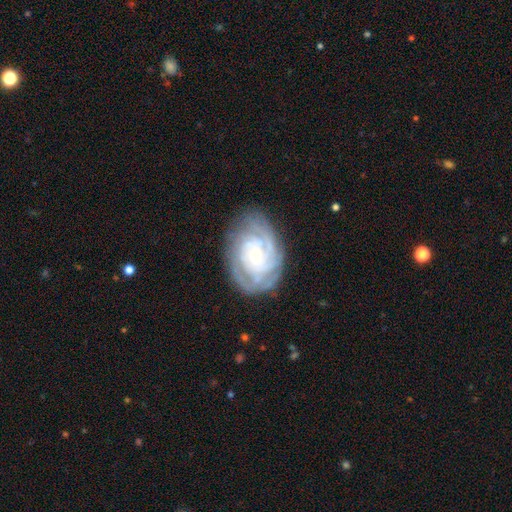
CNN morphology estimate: Smooth or featured? Predicted: featured or disk (p=0.84). Edge-on disk? Predicted: no (p=0.97). Bar? Predicted: no (p=0.73). Spiral arms? Predicted: yes (p=0.94). Spiral winding? Predicted: tight (p=0.75). Spiral arm count? Predicted: can't tell (p=0.37). Bulge size? Predicted: small (p=0.57). Merging? Predicted: none (p=0.76).